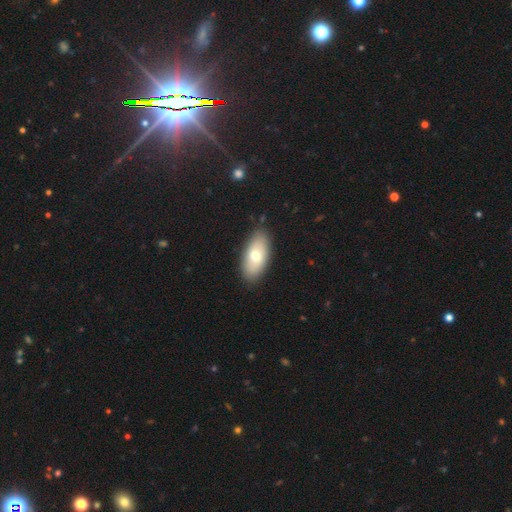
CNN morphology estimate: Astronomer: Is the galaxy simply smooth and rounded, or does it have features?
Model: smooth — 71%.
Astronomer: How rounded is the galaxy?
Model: in between — 91%.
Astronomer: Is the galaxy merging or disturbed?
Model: none — 86%.